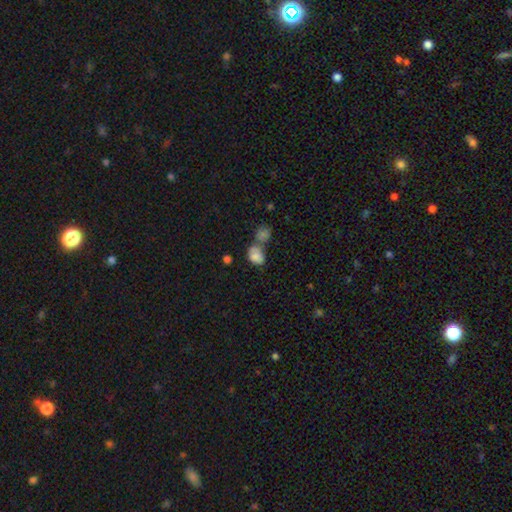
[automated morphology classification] smooth-or-featured: smooth: 81% | featured or disk: 10% | star or artifact: 9%
  how-rounded: in between: 74% | round: 24% | cigar-shaped: 1%
  merging: merger: 50% | none: 30% | minor disturbance: 14% | major disturbance: 7%